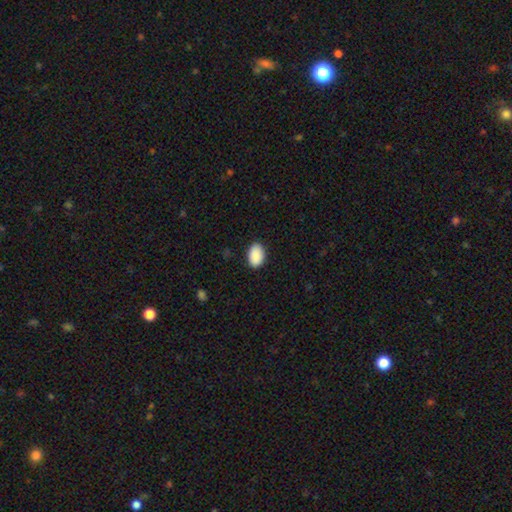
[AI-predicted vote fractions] Morphology: type=smooth (91%); roundness=in between (90%); merging=none (88%).